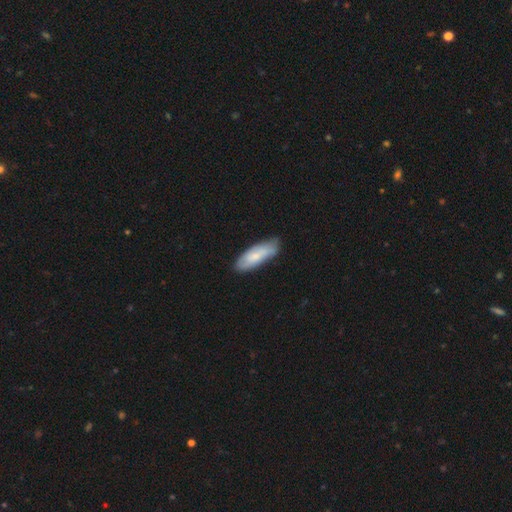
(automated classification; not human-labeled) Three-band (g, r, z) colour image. It shows a smooth galaxy with no disk features (66%) that is in between round and cigar-shaped (65%). Merging: none (71%).